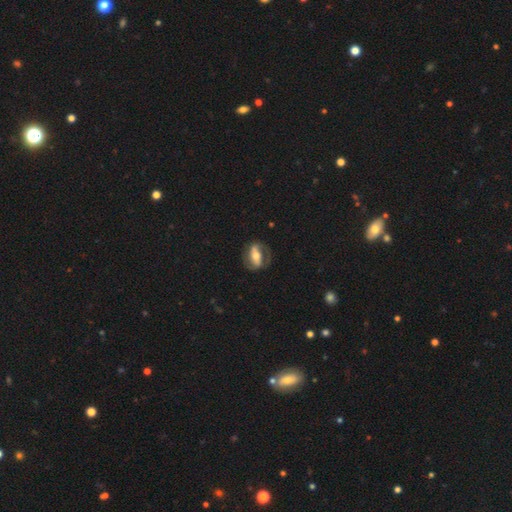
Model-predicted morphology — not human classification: The model was most divided on "bar": strong: 63%, weak: 21%, no: 17%. More confident: edge-on disk — no (89%); smooth or featured — featured or disk (72%); spiral arms — yes (71%); merging — none (71%); bulge size — moderate (64%).